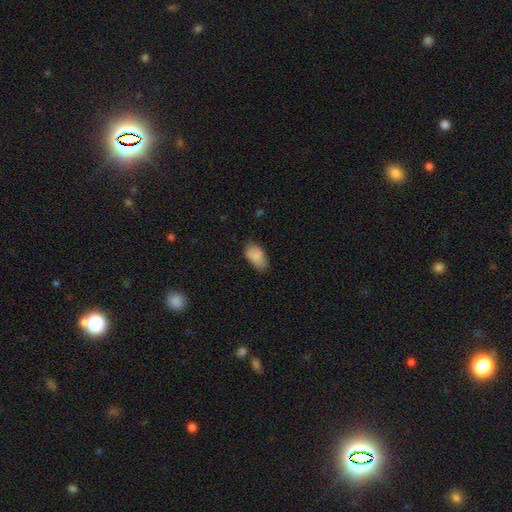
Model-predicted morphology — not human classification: Smooth or featured?
  - smooth: 87% *
  - star or artifact: 7%
  - featured or disk: 6%
How rounded?
  - in between: 94% *
  - round: 4%
  - cigar-shaped: 2%
Merging?
  - none: 71% *
  - minor disturbance: 24%
  - major disturbance: 4%
  - merger: 1%